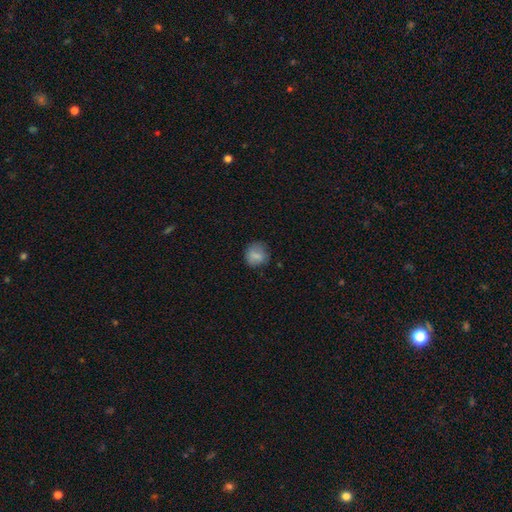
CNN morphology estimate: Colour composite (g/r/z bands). It shows a smooth galaxy with no disk features (78%) that is round (80%). Merging: none (74%).